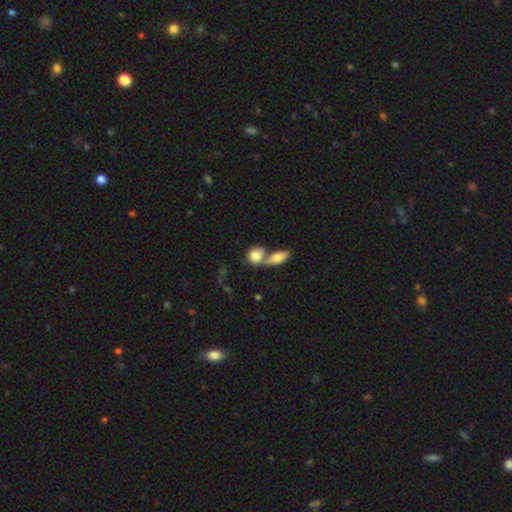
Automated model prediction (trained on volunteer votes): Smooth or featured? Predicted: smooth (p=0.81). How rounded? Predicted: round (p=0.56). Merging? Predicted: merger (p=0.53).